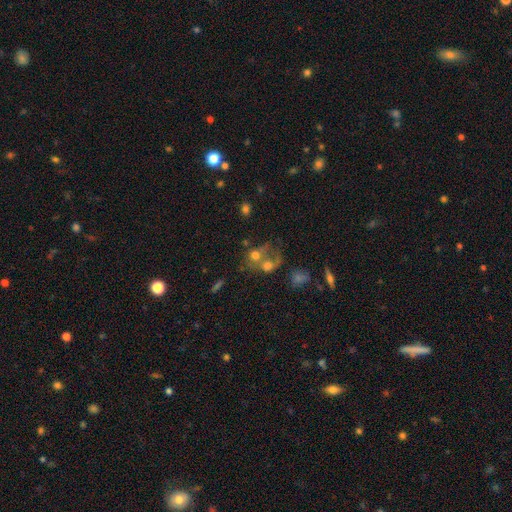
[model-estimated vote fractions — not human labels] Overall: smooth (57%; featured or disk 28%). How rounded: round (67%; in between 32%). Merging: merger (59%; none 21%).